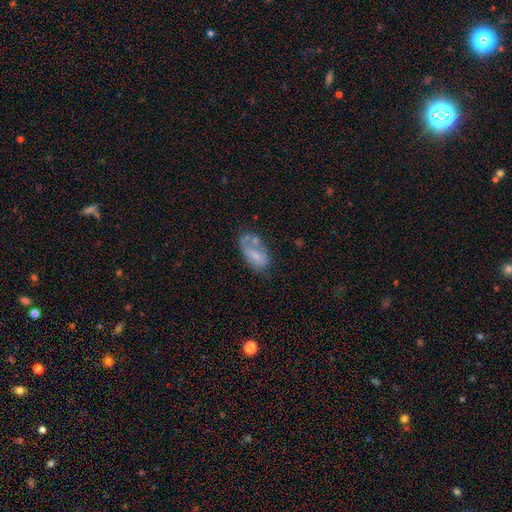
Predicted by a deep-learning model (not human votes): Overall: smooth (55%; featured or disk 37%). How rounded: in between (91%). Merging: none (36%; minor disturbance 27%).